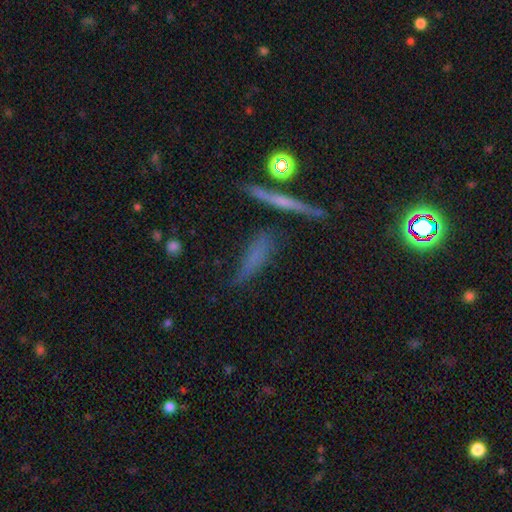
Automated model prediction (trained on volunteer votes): Morphology: type=smooth (43%); merging=none (63%).